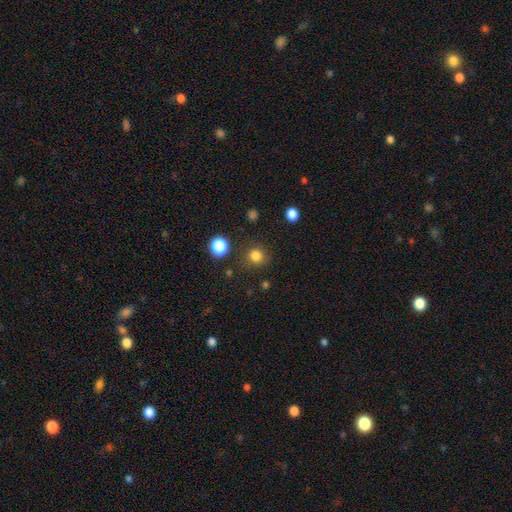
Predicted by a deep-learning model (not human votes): Smooth or featured?
  - smooth: 82% *
  - star or artifact: 14%
  - featured or disk: 4%
How rounded?
  - round: 92% *
  - in between: 7%
  - cigar-shaped: 1%
Merging?
  - none: 85% *
  - minor disturbance: 8%
  - major disturbance: 4%
  - merger: 3%